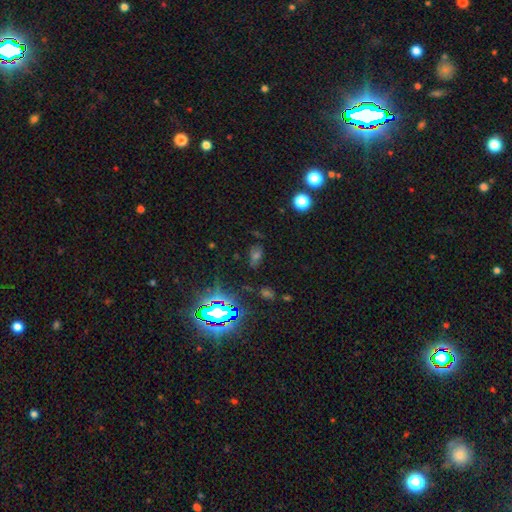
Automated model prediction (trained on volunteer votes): This appears to be a star or artifact, not a galaxy (53%).